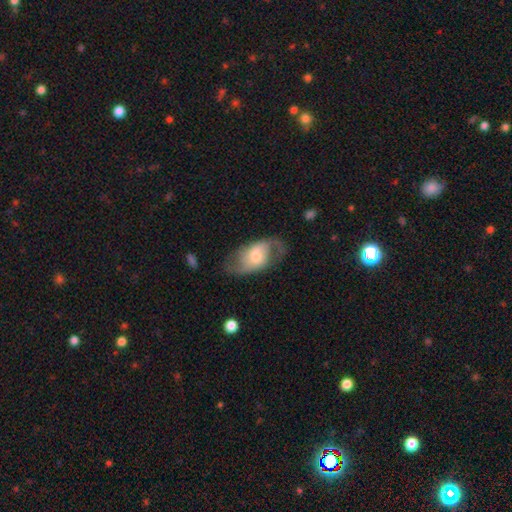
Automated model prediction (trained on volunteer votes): Smooth or featured: featured or disk — 67% (smooth — 27%)
Edge-on disk: no — 94% (yes — 6%)
Bar: no — 57% (weak — 33%)
Spiral arms: yes — 85% (no — 15%)
Spiral winding: loose — 46% (medium — 40%)
Spiral arm count: 2 — 84% (can't tell — 8%)
Bulge size: moderate — 51% (small — 36%)
Merging: none — 65% (minor disturbance — 20%)